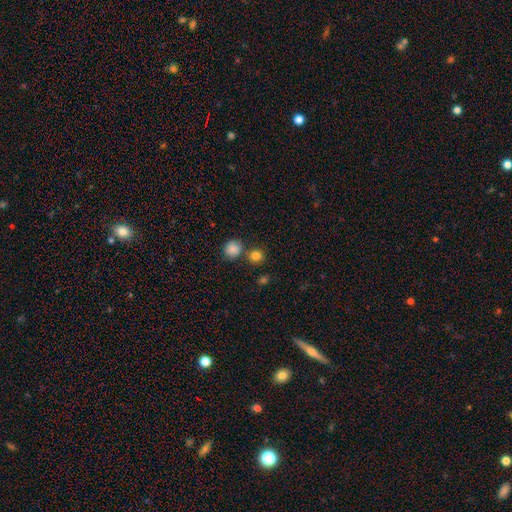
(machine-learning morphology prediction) The model was most divided on "merging": none: 72%, merger: 17%, minor disturbance: 8%, major disturbance: 3%. More confident: how rounded — round (88%); smooth or featured — smooth (83%).